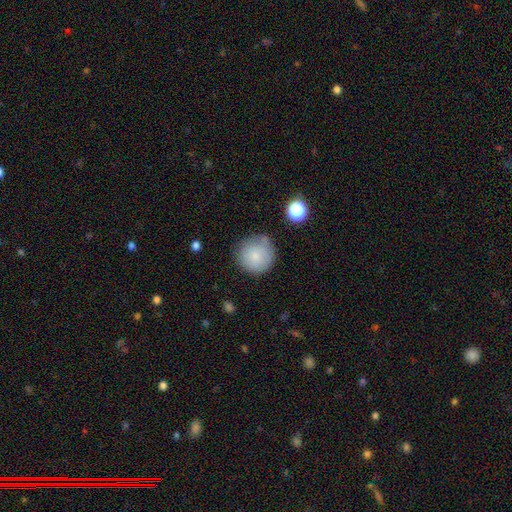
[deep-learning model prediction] Morphology: type=smooth (82%); roundness=round (94%); merging=none (70%).